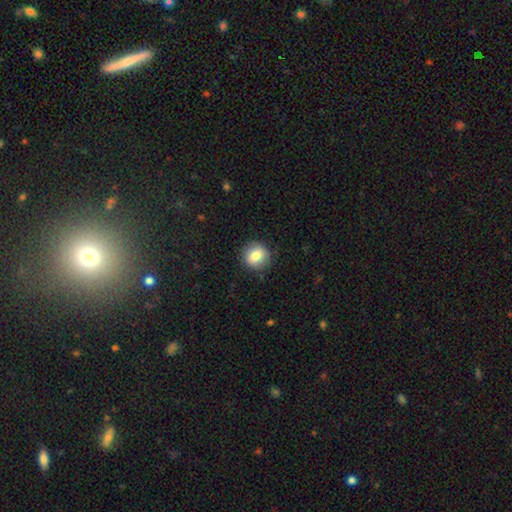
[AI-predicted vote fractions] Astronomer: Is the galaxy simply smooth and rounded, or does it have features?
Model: smooth — 80%.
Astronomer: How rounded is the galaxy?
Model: round — 88%.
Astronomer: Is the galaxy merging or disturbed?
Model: none — 88%.